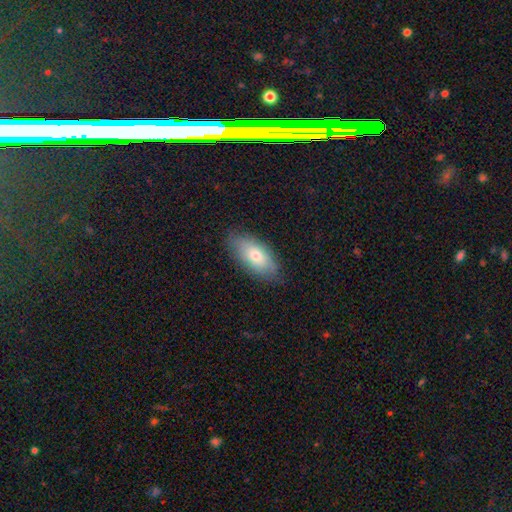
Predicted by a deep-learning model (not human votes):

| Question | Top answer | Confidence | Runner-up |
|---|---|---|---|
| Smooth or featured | smooth | 70% | featured or disk (23%) |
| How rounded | in between | 87% | cigar-shaped (10%) |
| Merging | none | 80% | minor disturbance (16%) |